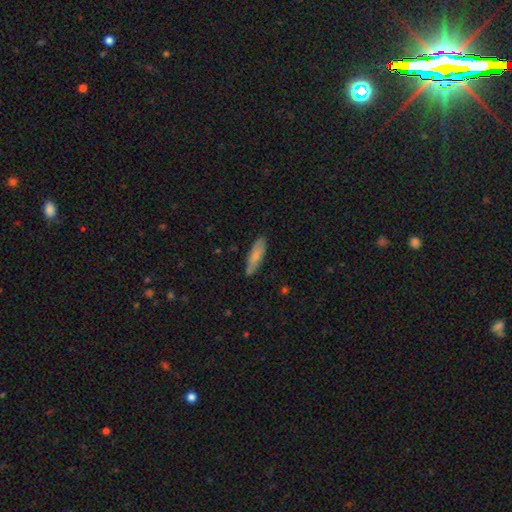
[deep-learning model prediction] A smooth galaxy with no disk features (76%) that is cigar-shaped (69%). Merging: none (84%).